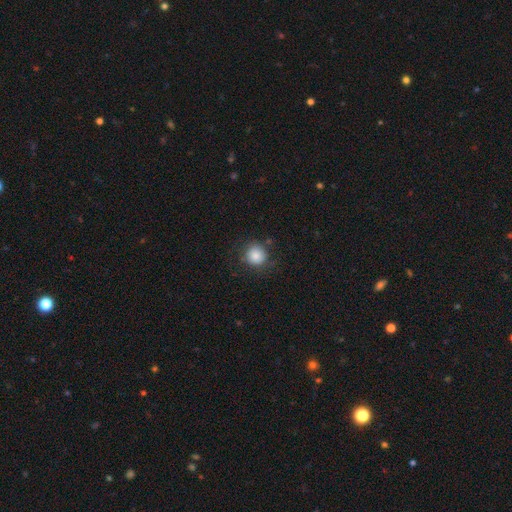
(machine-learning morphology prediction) This appears to be a smooth galaxy with no disk features (84%) that is round (91%). Merging: none (80%).